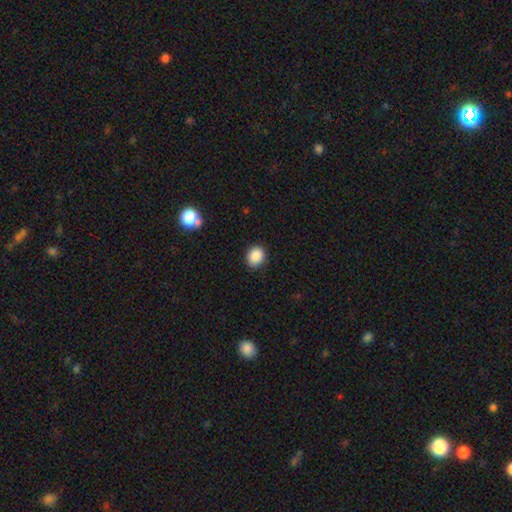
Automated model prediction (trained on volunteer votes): Overall: smooth (88%). How rounded: round (69%; in between 31%). Merging: none (85%).